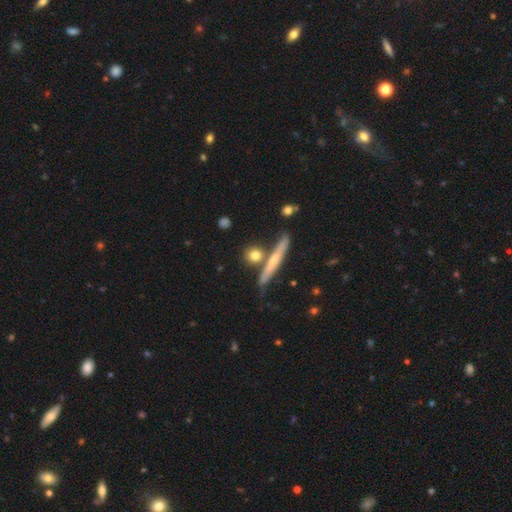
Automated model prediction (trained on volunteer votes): smooth 64%, featured or disk 28%, star or artifact 8%. Down the decision tree: how rounded — round (57%); merging — none (70%).